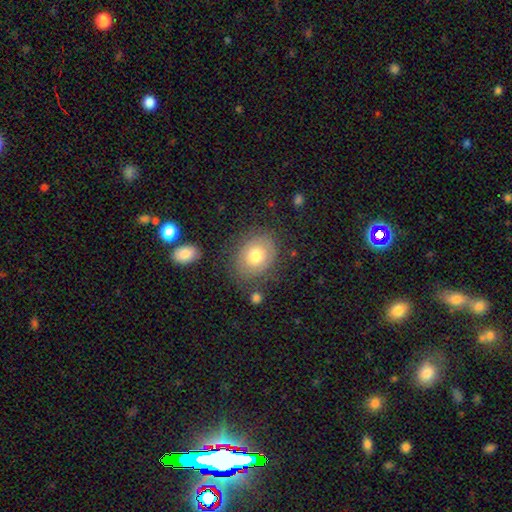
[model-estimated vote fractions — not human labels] Smooth or featured? smooth (60%)
How rounded? in between (56%)
Merging? none (73%)